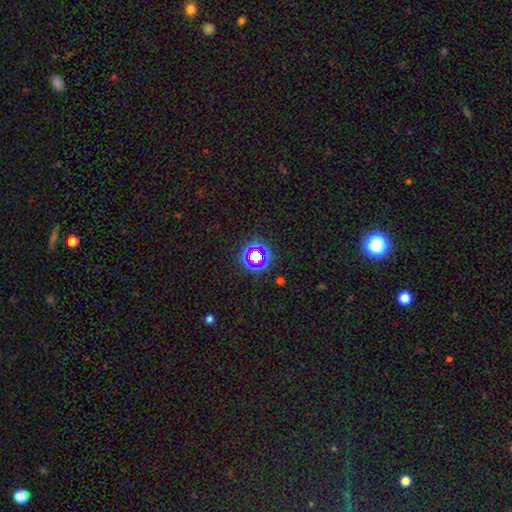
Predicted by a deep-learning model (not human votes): Smooth or featured? Predicted: star or artifact (p=0.59).